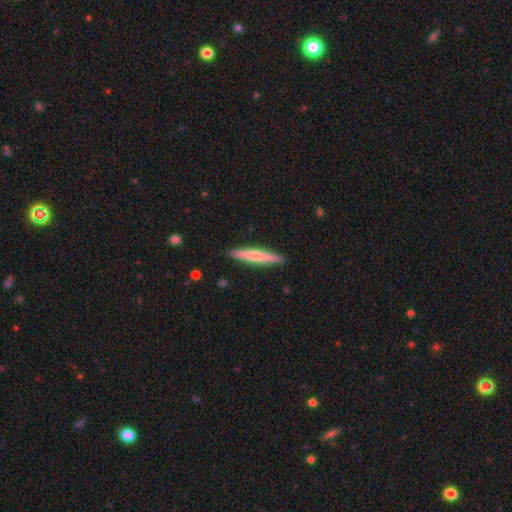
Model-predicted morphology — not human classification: Overall: smooth (64%; featured or disk 31%). How rounded: cigar-shaped (93%). Merging: none (91%).